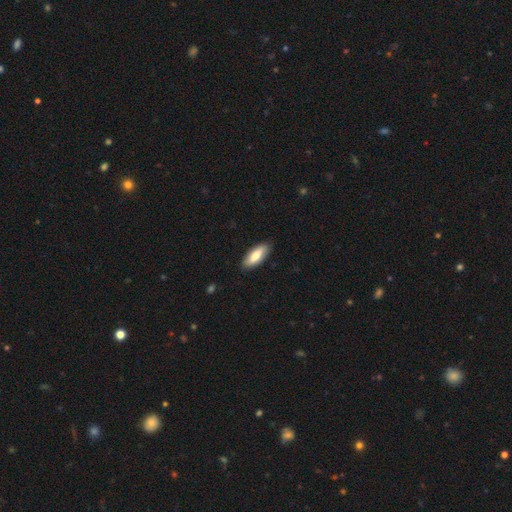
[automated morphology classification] Smooth or featured? Predicted: smooth (p=0.79). How rounded? Predicted: in between (p=0.74). Merging? Predicted: none (p=0.87).